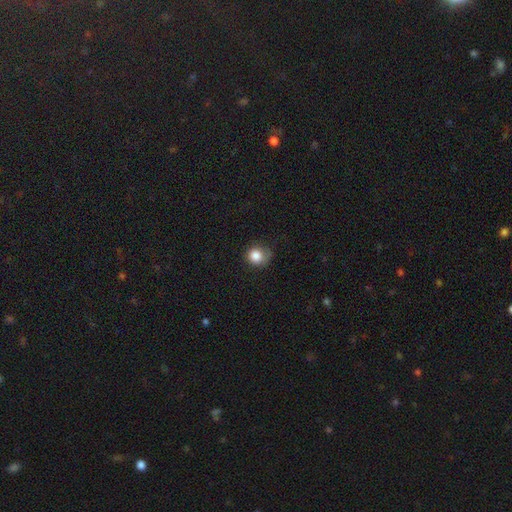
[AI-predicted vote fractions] Smooth or featured? Predicted: smooth (p=0.83). How rounded? Predicted: round (p=0.83). Merging? Predicted: none (p=0.61).